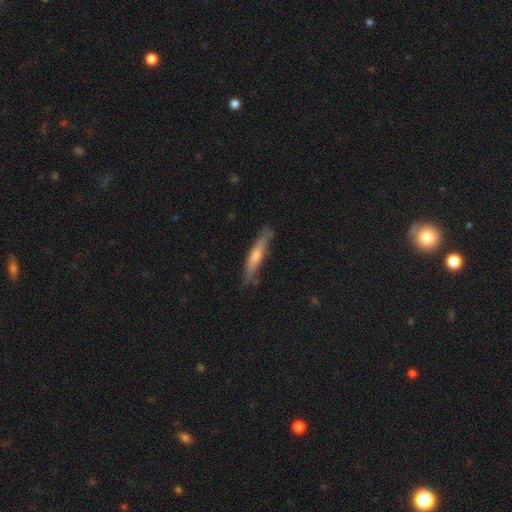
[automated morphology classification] A featured or disk galaxy (52%) viewed edge-on (81%).

Vote fractions:
- Smooth or featured? featured or disk: 52% / smooth: 35% / star or artifact: 13%
- Edge-on disk? yes: 81% / no: 19%
- Merging? none: 80% / minor disturbance: 15% / major disturbance: 3% / merger: 2%